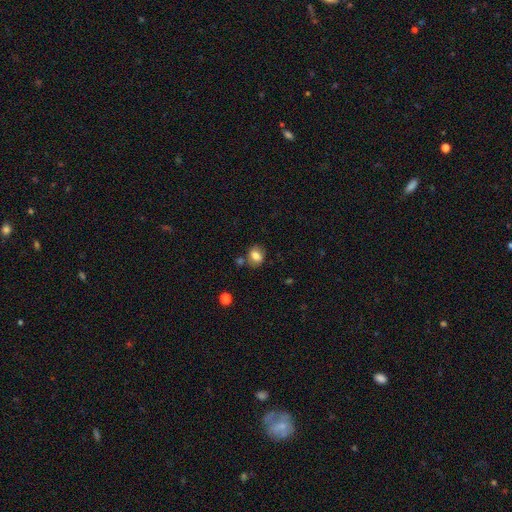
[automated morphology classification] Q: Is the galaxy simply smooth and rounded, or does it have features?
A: smooth — 75%.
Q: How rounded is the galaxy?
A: round — 50%.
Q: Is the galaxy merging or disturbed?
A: none — 68%.